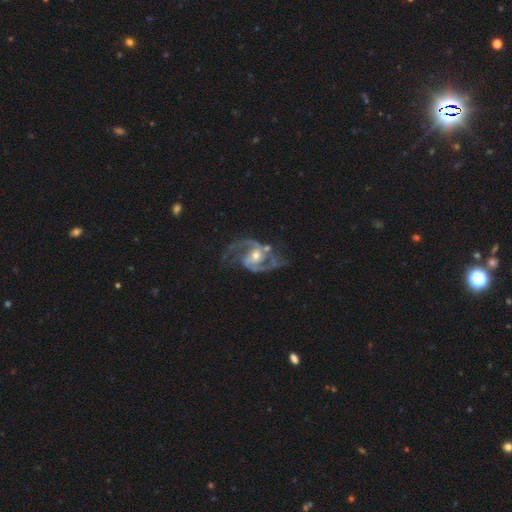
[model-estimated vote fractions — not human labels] Q: Smooth or featured?
A: featured or disk (92%); runner-up: star or artifact (5%)
Q: Edge-on disk?
A: no (98%); runner-up: yes (2%)
Q: Bar?
A: no (42%); runner-up: weak (40%)
Q: Spiral arms?
A: yes (98%); runner-up: no (2%)
Q: Spiral winding?
A: medium (60%); runner-up: loose (23%)
Q: Spiral arm count?
A: 2 (88%); runner-up: 3 (4%)
Q: Bulge size?
A: moderate (53%); runner-up: small (41%)
Q: Merging?
A: none (61%); runner-up: minor disturbance (20%)